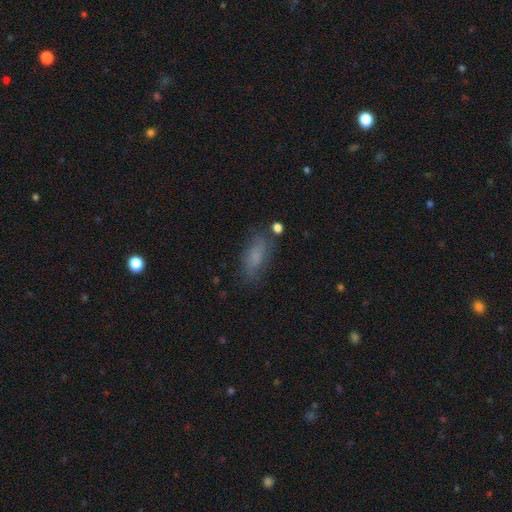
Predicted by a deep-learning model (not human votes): Overall: smooth (66%). How rounded: in between (75%). Merging: none (69%).